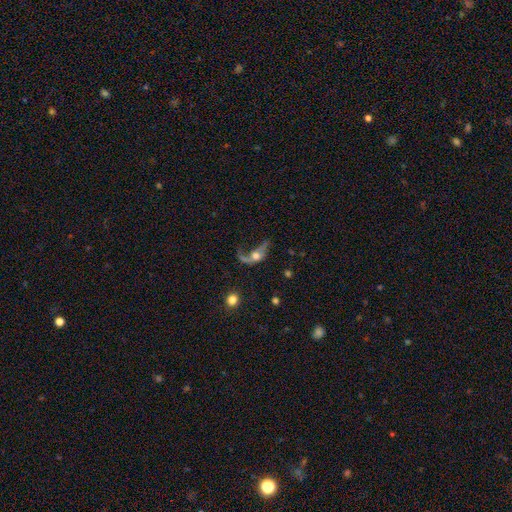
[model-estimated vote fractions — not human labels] Morphology: type=featured or disk (57%); edge-on=no (83%); merging=major disturbance (53%).